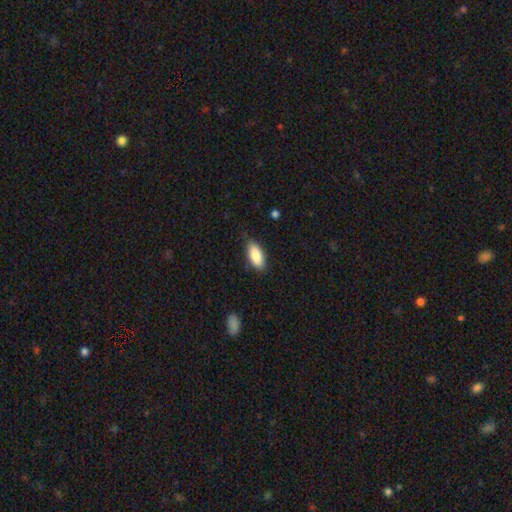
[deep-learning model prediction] Morphology: type=smooth (87%); roundness=in between (88%); merging=none (81%).